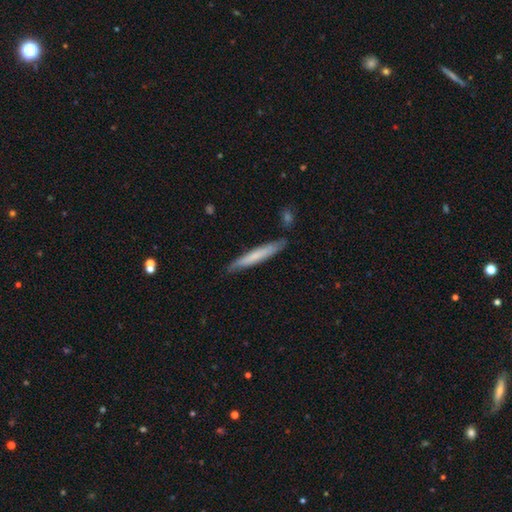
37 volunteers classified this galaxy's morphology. A smooth galaxy with no disk features (65%) that is cigar-shaped (79%).

Vote fractions:
- Smooth or featured? smooth: 65% / featured or disk: 32% / star or artifact: 3%
- How rounded? cigar-shaped: 79% / in between: 12% / round: 8%
- Merging? none: 83% / minor disturbance: 8% / major disturbance: 8% / merger: 0%